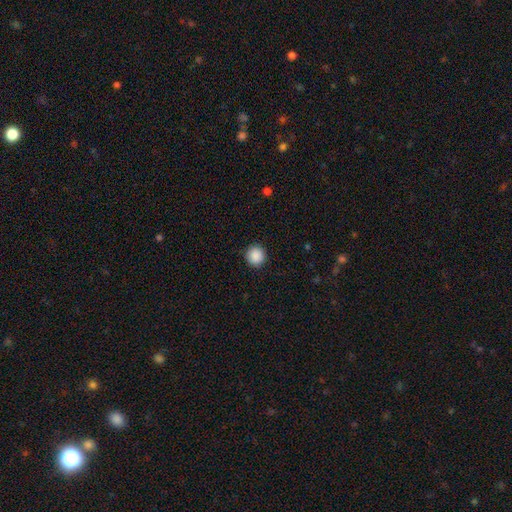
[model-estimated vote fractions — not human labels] Q: Smooth or featured?
A: smooth (89%); runner-up: star or artifact (9%)
Q: How rounded?
A: round (94%); runner-up: in between (5%)
Q: Merging?
A: none (92%); runner-up: minor disturbance (6%)